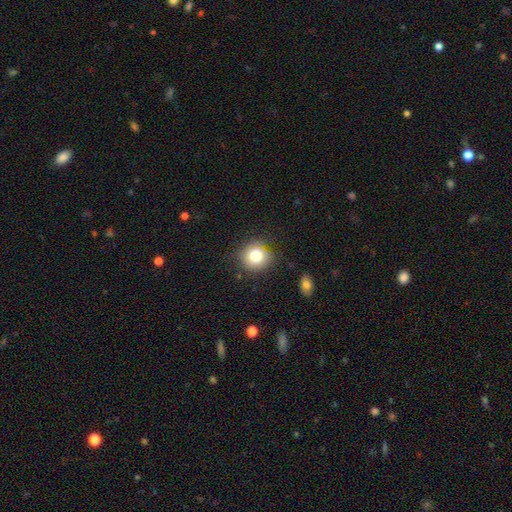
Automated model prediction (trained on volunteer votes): This appears to be a smooth galaxy with no disk features (79%) that is round (87%). Merging: none (80%).